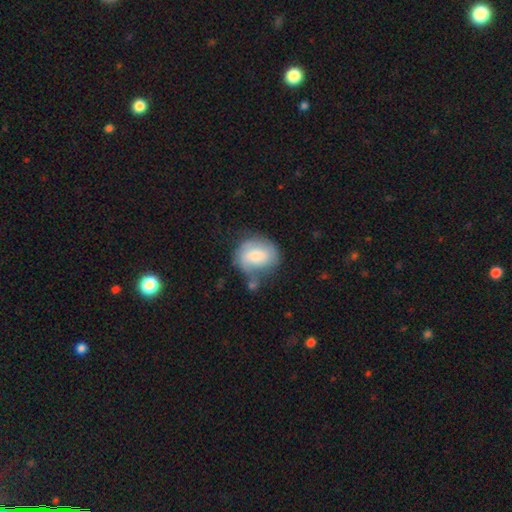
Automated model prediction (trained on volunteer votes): The model was most divided on "how rounded": round: 54%, in between: 45%, cigar-shaped: 1%. Remaining: smooth or featured — smooth (64%); merging — none (44%).